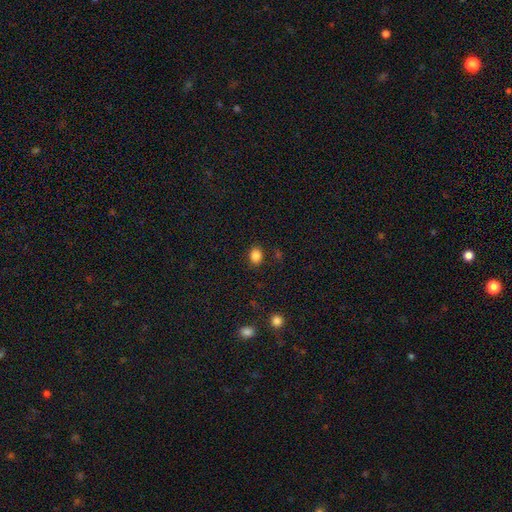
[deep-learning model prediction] The model was most divided on "how rounded": in between: 54%, round: 45%, cigar-shaped: 1%. More confident: merging — none (85%); smooth or featured — smooth (85%).